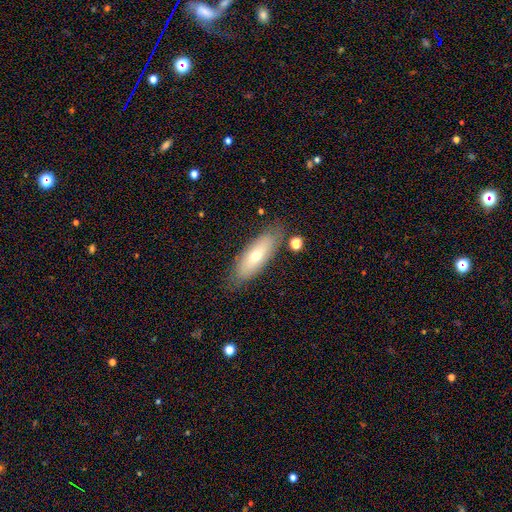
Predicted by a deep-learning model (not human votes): Overall: smooth (62%; featured or disk 31%). How rounded: in between (63%; cigar-shaped 35%). Merging: none (80%).